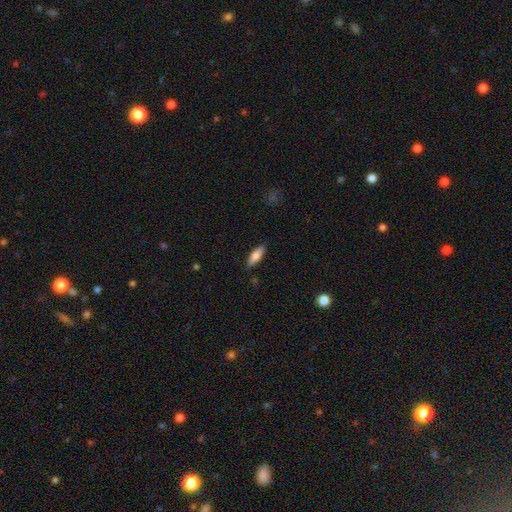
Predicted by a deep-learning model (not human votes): This appears to be a smooth galaxy with no disk features (75%) that is in between round and cigar-shaped (55%). Merging: none (87%).